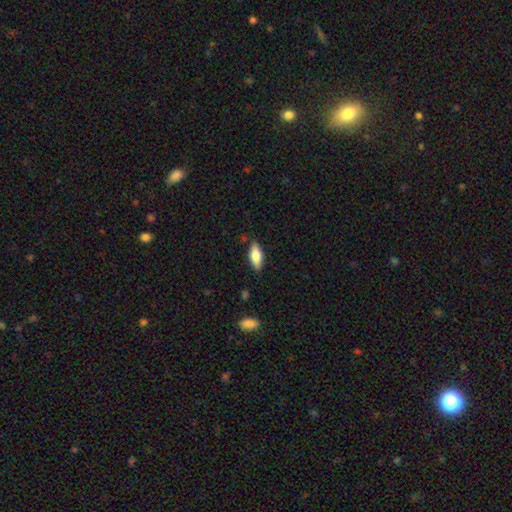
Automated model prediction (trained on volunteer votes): A smooth galaxy with no disk features (68%) that is in between round and cigar-shaped (76%).

Vote fractions:
- Smooth or featured? smooth: 68% / featured or disk: 25% / star or artifact: 6%
- How rounded? in between: 76% / cigar-shaped: 21% / round: 3%
- Merging? none: 84% / minor disturbance: 12% / major disturbance: 2% / merger: 2%